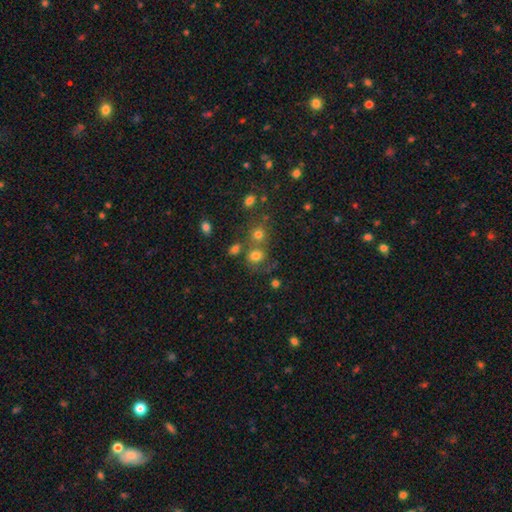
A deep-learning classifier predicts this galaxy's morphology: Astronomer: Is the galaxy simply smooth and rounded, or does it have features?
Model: smooth — 74%.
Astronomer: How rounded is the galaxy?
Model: round — 73%.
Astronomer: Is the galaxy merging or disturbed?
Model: none — 55%.